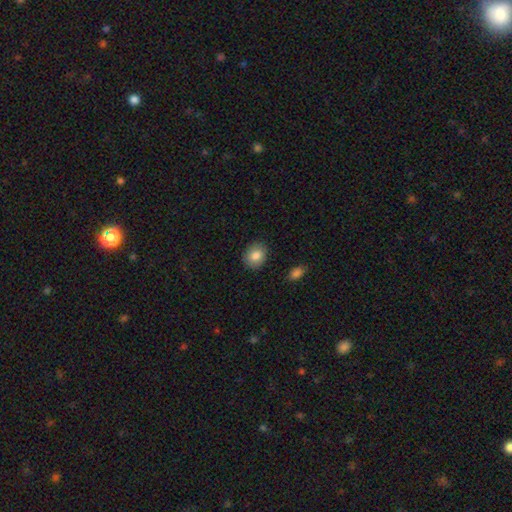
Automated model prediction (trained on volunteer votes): This is clearly a smooth galaxy (84%). How rounded: possibly in between (52%). Merging: clearly none (87%).